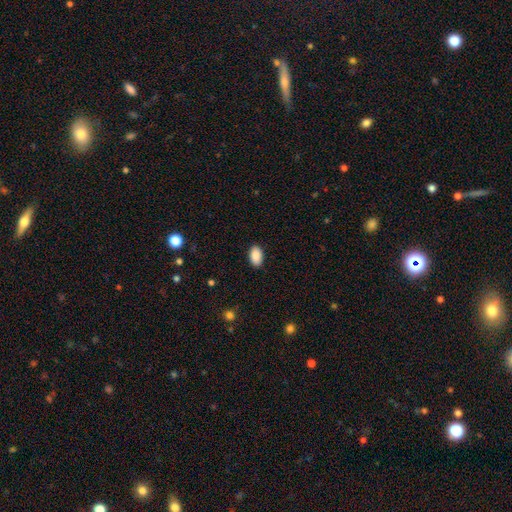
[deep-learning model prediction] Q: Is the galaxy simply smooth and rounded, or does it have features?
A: smooth — 90%.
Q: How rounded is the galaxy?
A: in between — 93%.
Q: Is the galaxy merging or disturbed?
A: none — 90%.